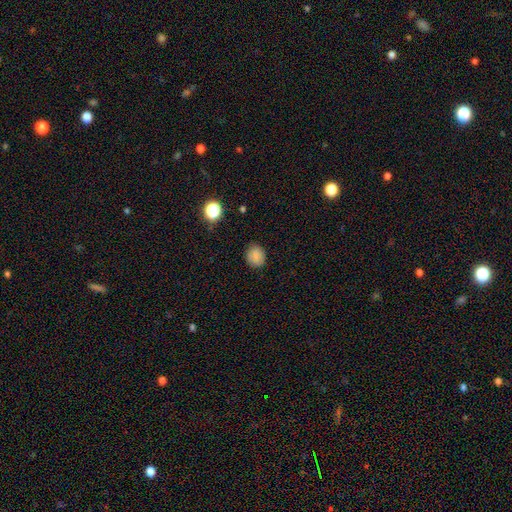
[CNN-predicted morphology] Smooth or featured? Predicted: smooth (p=0.84). How rounded? Predicted: round (p=0.74). Merging? Predicted: none (p=0.87).